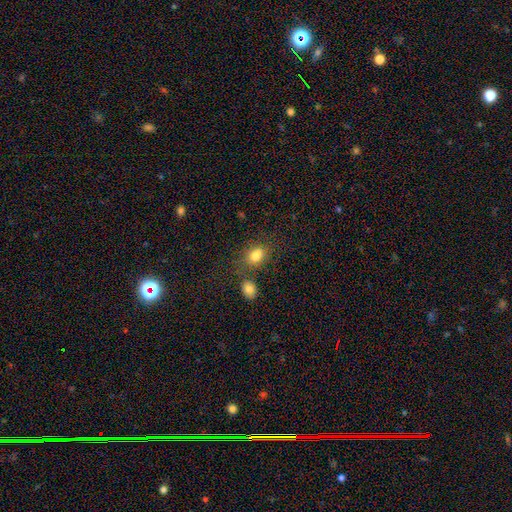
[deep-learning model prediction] Overall: smooth (78%). How rounded: in between (62%; round 36%). Merging: none (54%; merger 24%).